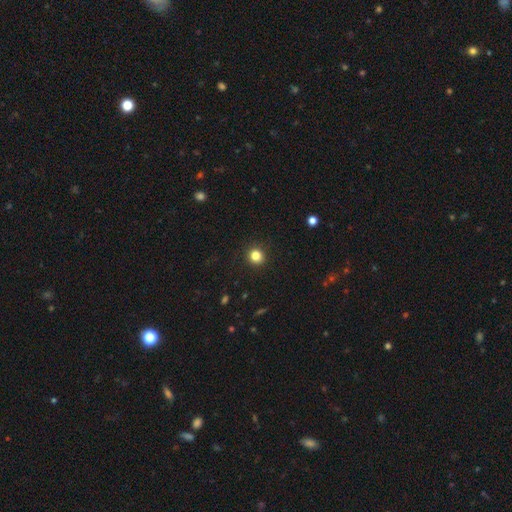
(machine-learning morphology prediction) smooth-or-featured: smooth: 83% | star or artifact: 12% | featured or disk: 5%
  how-rounded: round: 91% | in between: 8% | cigar-shaped: 1%
  merging: none: 92% | minor disturbance: 5% | major disturbance: 2% | merger: 1%